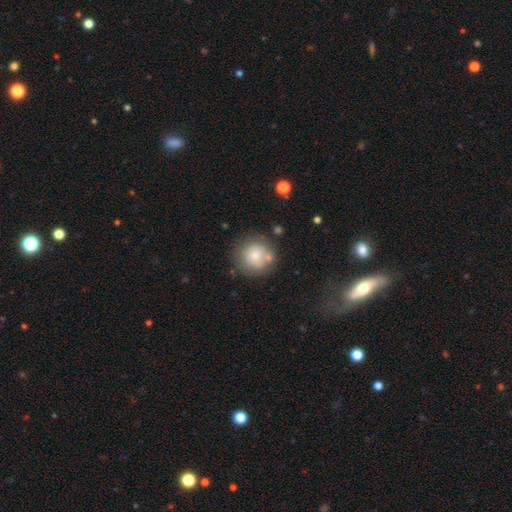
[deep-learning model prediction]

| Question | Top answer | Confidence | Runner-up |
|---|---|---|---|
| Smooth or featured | smooth | 77% | featured or disk (14%) |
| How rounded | round | 94% | in between (5%) |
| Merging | none | 73% | minor disturbance (13%) |